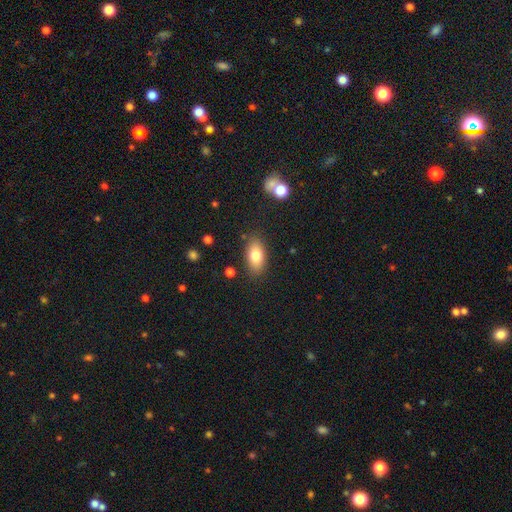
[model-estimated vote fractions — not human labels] Overall: smooth (80%). How rounded: in between (89%). Merging: none (83%).